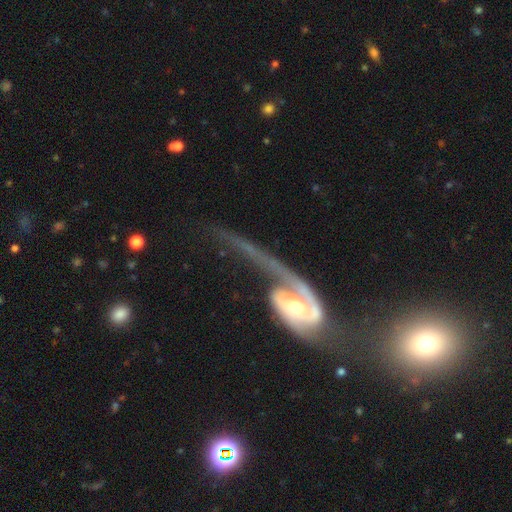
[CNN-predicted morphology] smooth_or_featured: featured or disk (p=0.83) [alt: smooth p=0.10]
disk_edge_on: no (p=0.93) [alt: yes p=0.07]
bar: no (p=0.51) [alt: weak p=0.33]
has_spiral_arms: yes (p=0.88) [alt: no p=0.12]
spiral_winding: loose (p=0.49) [alt: medium p=0.33]
spiral_arm_count: 2 (p=0.48) [alt: 1 p=0.37]
bulge_size: moderate (p=0.49) [alt: small p=0.41]
merging: major disturbance (p=0.35) [alt: merger p=0.34]